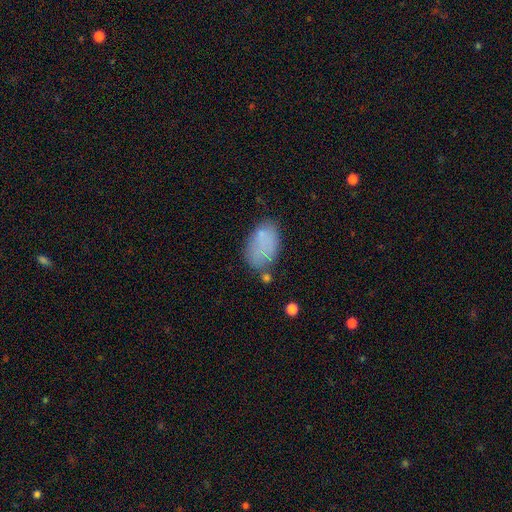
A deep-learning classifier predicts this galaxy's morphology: Smooth or featured? smooth (72%)
How rounded? in between (90%)
Merging? none (54%)